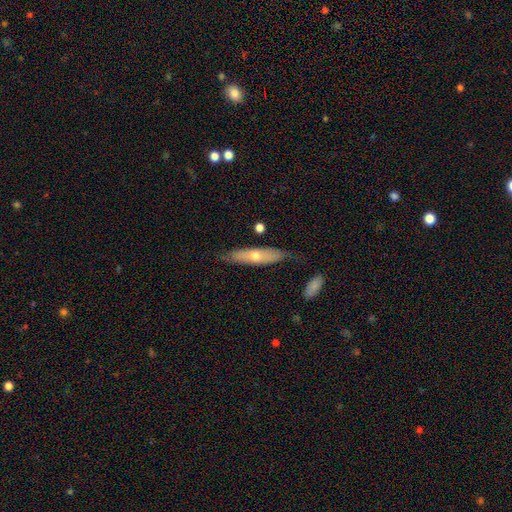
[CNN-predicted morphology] Smooth or featured: smooth — 49% (featured or disk — 45%)
Merging: none — 76% (minor disturbance — 18%)